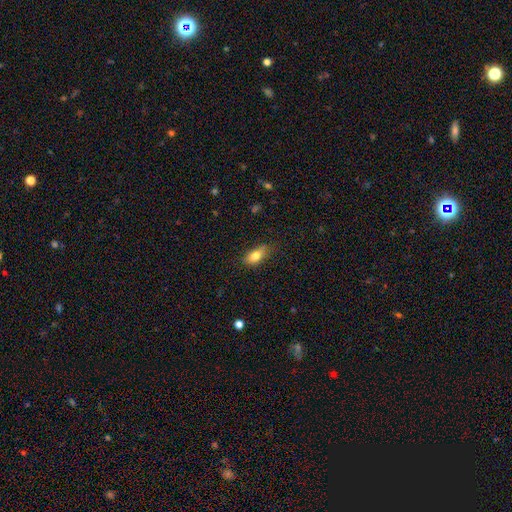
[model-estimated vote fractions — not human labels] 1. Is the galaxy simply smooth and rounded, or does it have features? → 74% smooth, 18% featured or disk, 8% star or artifact.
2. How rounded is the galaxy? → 80% in between, 15% cigar-shaped, 5% round.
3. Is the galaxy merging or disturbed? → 72% none, 22% minor disturbance, 5% major disturbance, 1% merger.